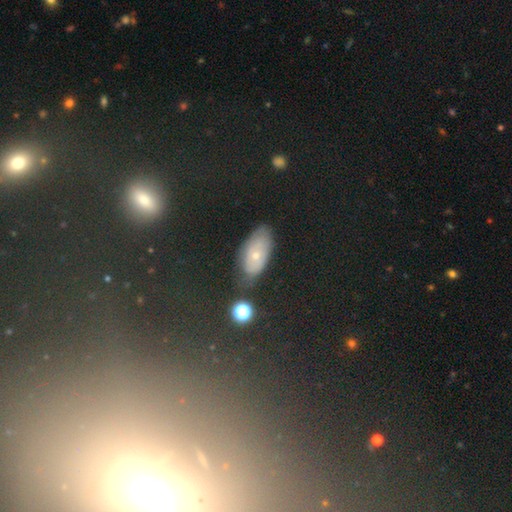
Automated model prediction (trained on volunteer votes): This appears to be a smooth galaxy with no disk features (46%). Merging: none (69%).